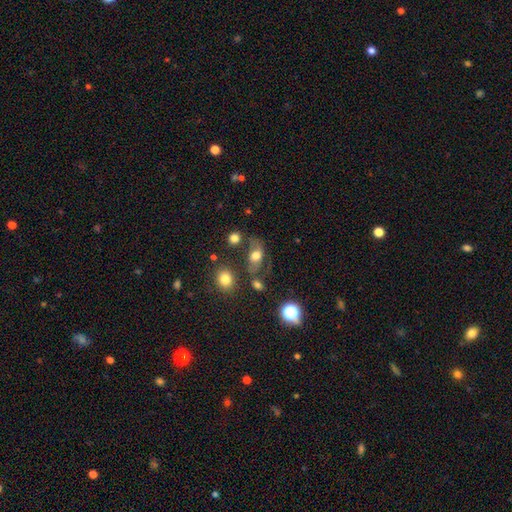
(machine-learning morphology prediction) Smooth or featured? Predicted: smooth (p=0.64). How rounded? Predicted: in between (p=0.78). Merging? Predicted: none (p=0.54).